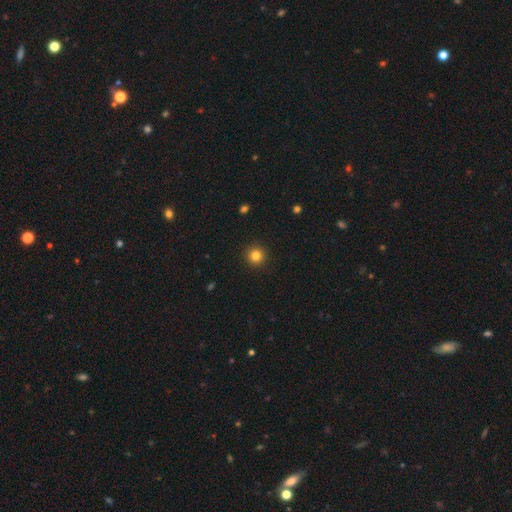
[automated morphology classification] This is clearly a smooth galaxy (83%). How rounded: clearly round (96%). Merging: clearly none (93%).